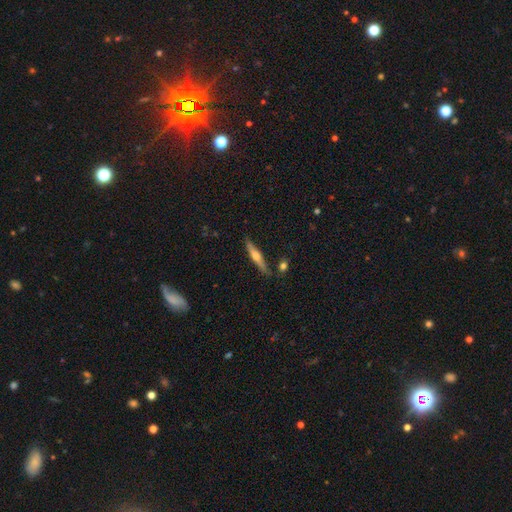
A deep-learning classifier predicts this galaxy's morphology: Smooth or featured? Predicted: featured or disk (p=0.61). Edge-on disk? Predicted: yes (p=0.97). Edge-on bulge? Predicted: rounded (p=0.83). Merging? Predicted: none (p=0.84).